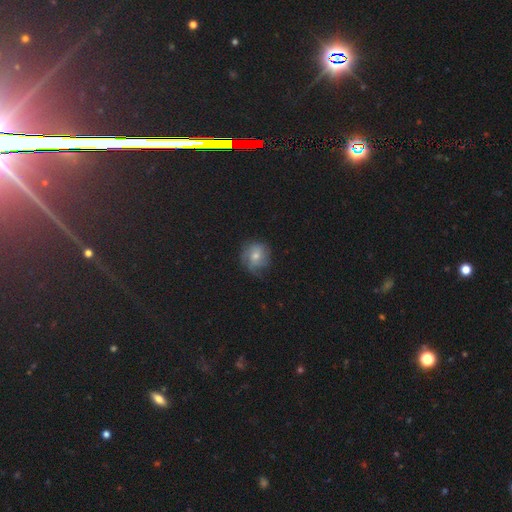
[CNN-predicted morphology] A smooth galaxy with no disk features (49%). Merging: none (61%).